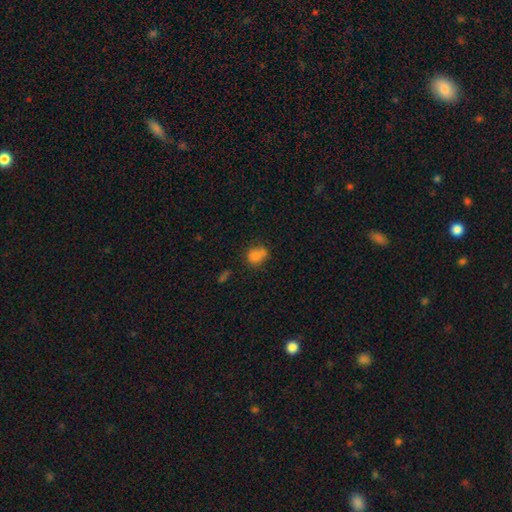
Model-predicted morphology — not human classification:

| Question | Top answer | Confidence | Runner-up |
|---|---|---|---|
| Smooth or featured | smooth | 78% | star or artifact (11%) |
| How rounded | round | 65% | in between (34%) |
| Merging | none | 48% | merger (24%) |